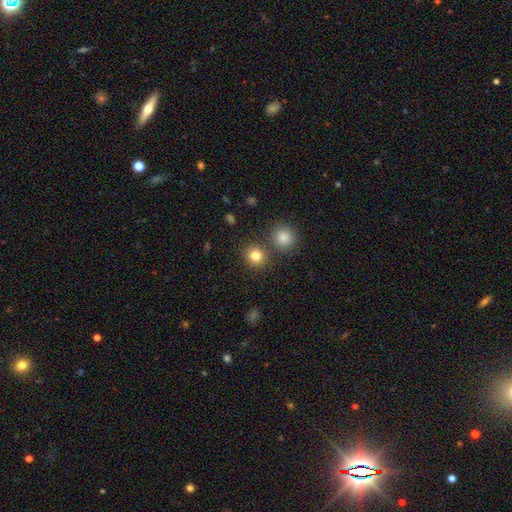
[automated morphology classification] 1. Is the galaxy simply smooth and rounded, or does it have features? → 81% smooth, 13% star or artifact, 6% featured or disk.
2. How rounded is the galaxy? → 86% round, 13% in between, 1% cigar-shaped.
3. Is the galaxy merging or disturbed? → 77% none, 13% merger, 7% minor disturbance, 3% major disturbance.